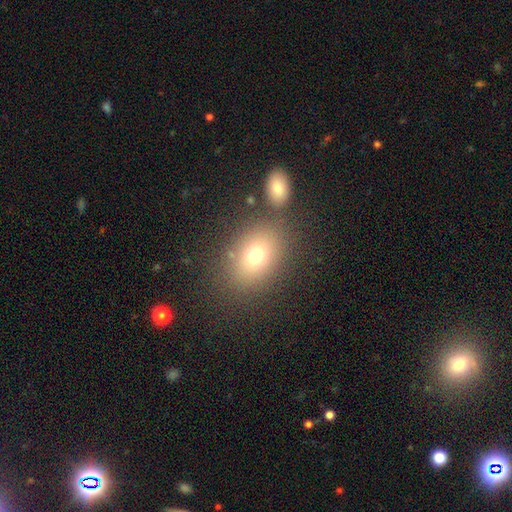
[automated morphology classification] A smooth galaxy with no disk features (73%) that is in between round and cigar-shaped (69%).

Vote fractions:
- Smooth or featured? smooth: 73% / featured or disk: 14% / star or artifact: 13%
- How rounded? in between: 69% / round: 30% / cigar-shaped: 1%
- Merging? none: 73% / minor disturbance: 11% / merger: 11% / major disturbance: 5%